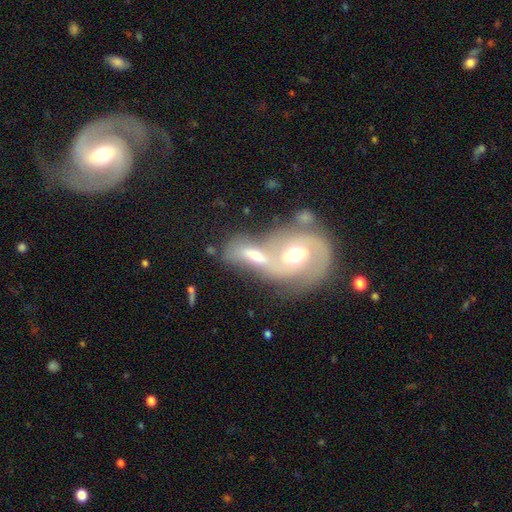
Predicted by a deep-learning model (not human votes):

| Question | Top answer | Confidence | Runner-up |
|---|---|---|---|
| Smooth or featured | featured or disk | 76% | smooth (17%) |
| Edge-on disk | no | 95% | yes (5%) |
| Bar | no | 47% | weak (38%) |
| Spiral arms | yes | 88% | no (12%) |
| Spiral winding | tight | 43% | medium (42%) |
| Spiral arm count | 2 | 69% | can't tell (17%) |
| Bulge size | moderate | 71% | small (17%) |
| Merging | merger | 73% | none (15%) |